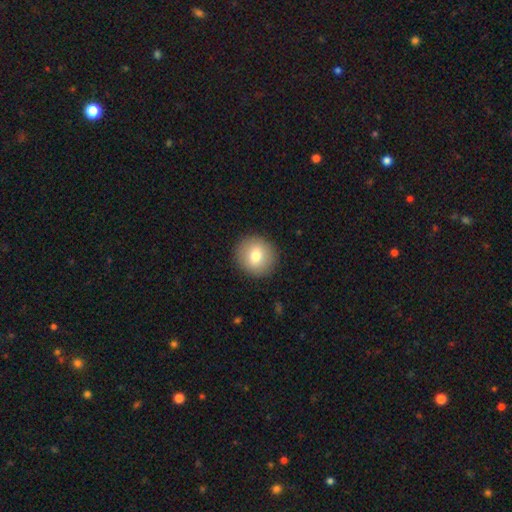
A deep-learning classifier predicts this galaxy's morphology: type=smooth (77%); roundness=round (89%); merging=none (91%).